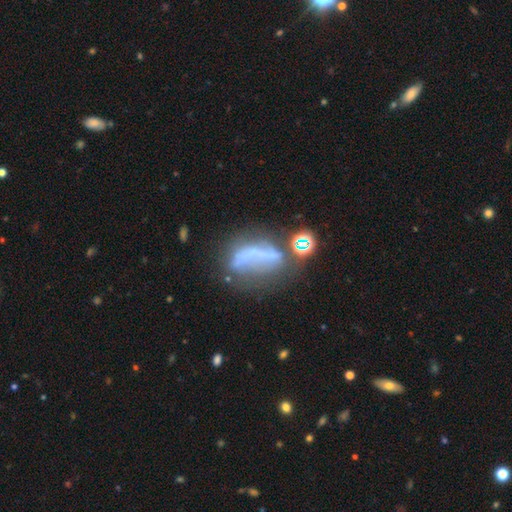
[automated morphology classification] A featured or disk galaxy (48%).

Vote fractions:
- Smooth or featured? featured or disk: 48% / smooth: 33% / star or artifact: 19%
- Merging? major disturbance: 31% / none: 30% / minor disturbance: 20% / merger: 19%